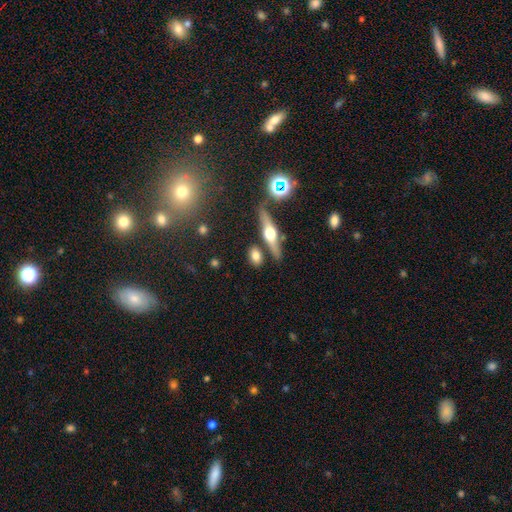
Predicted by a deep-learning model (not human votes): smooth 57%, featured or disk 34%, star or artifact 9%. Down the decision tree: how rounded — in between (57%); merging — none (75%).